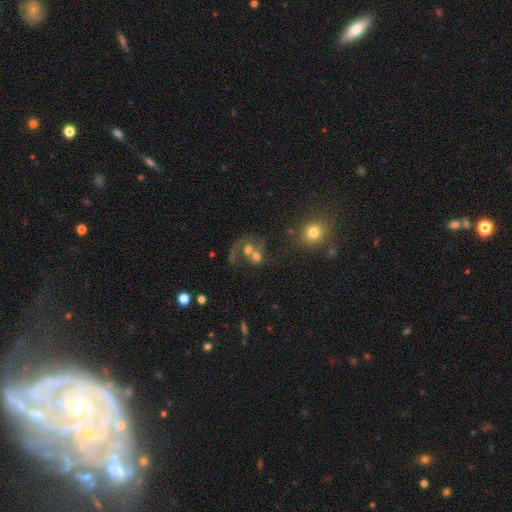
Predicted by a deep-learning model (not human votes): Q: Smooth or featured?
A: smooth (45%); runner-up: featured or disk (40%)
Q: Merging?
A: merger (64%); runner-up: none (17%)